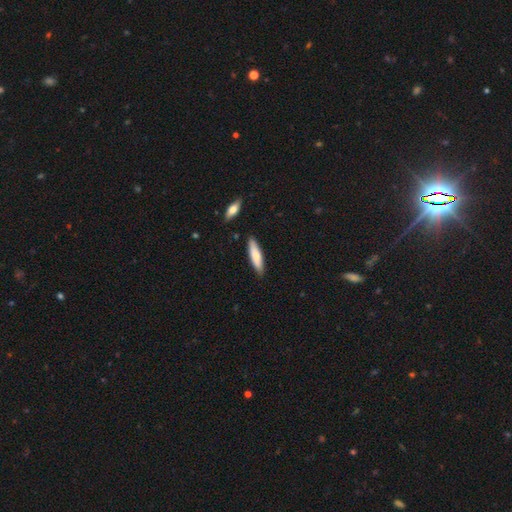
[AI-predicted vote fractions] Q: Smooth or featured?
A: smooth (75%); runner-up: featured or disk (19%)
Q: How rounded?
A: cigar-shaped (71%); runner-up: in between (28%)
Q: Merging?
A: none (85%); runner-up: minor disturbance (11%)